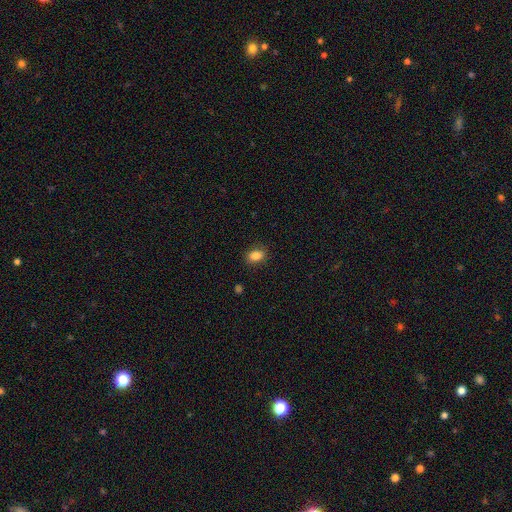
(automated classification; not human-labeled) Smooth or featured? Predicted: smooth (p=0.85). How rounded? Predicted: in between (p=0.79). Merging? Predicted: none (p=0.85).